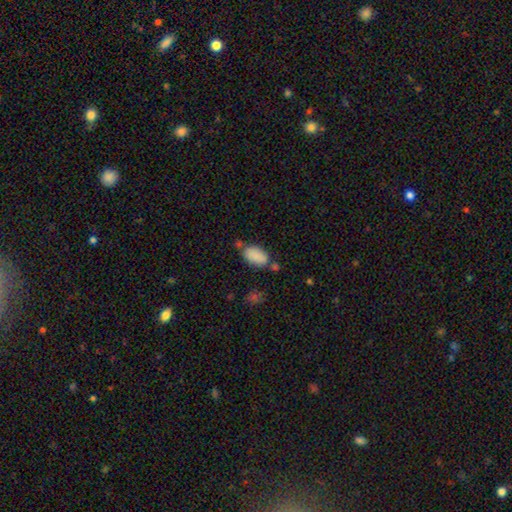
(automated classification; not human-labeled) smooth_or_featured: smooth (p=0.87) [alt: star or artifact p=0.07]
how_rounded: in between (p=0.94) [alt: round p=0.04]
merging: none (p=0.62) [alt: minor disturbance p=0.18]